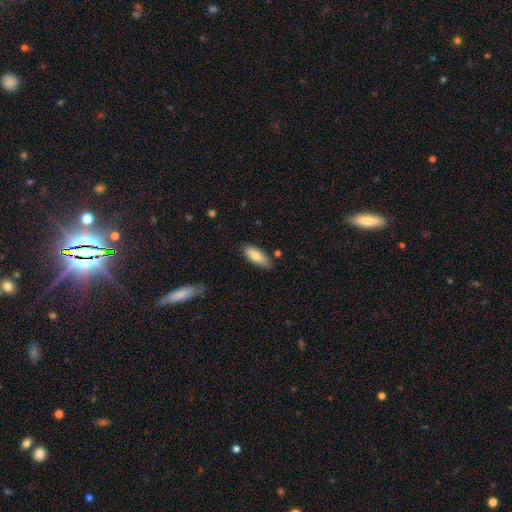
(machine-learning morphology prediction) smooth-or-featured: smooth: 77% | featured or disk: 16% | star or artifact: 6%
  how-rounded: in between: 75% | cigar-shaped: 23% | round: 2%
  merging: none: 81% | minor disturbance: 14% | merger: 3% | major disturbance: 2%